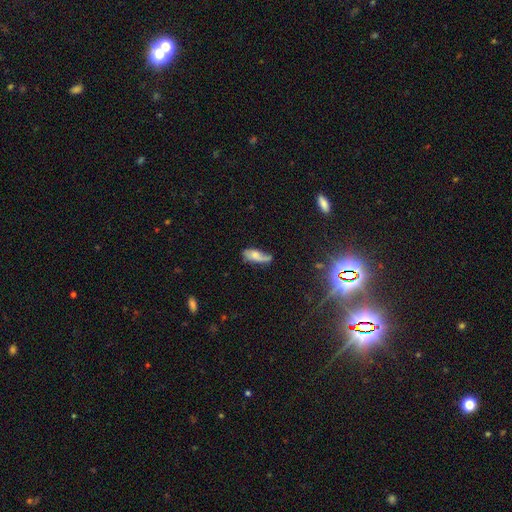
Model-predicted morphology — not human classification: Overall: smooth (54%; featured or disk 37%). How rounded: in between (73%). Merging: none (39%; minor disturbance 34%).